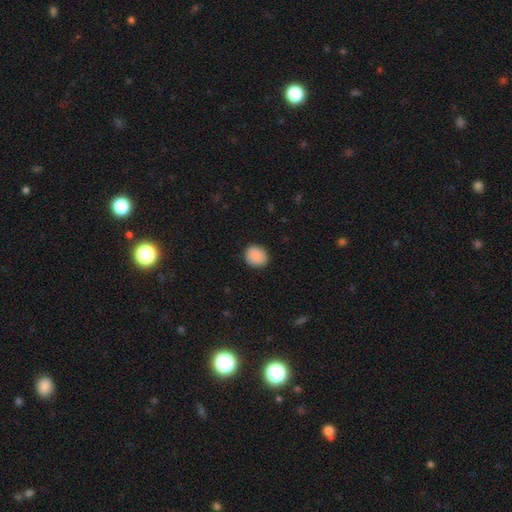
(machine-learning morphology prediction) Smooth or featured?
  - smooth: 90% *
  - star or artifact: 7%
  - featured or disk: 3%
How rounded?
  - round: 78% *
  - in between: 21%
  - cigar-shaped: 1%
Merging?
  - none: 88% *
  - minor disturbance: 9%
  - major disturbance: 2%
  - merger: 1%